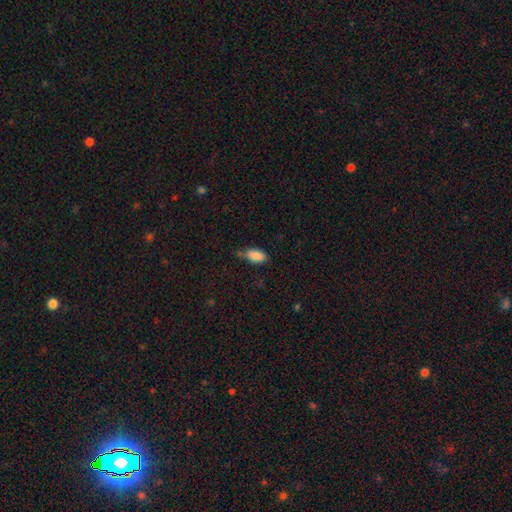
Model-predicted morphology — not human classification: Q: Smooth or featured?
A: smooth (87%); runner-up: star or artifact (8%)
Q: How rounded?
A: in between (92%); runner-up: cigar-shaped (5%)
Q: Merging?
A: none (63%); runner-up: minor disturbance (25%)